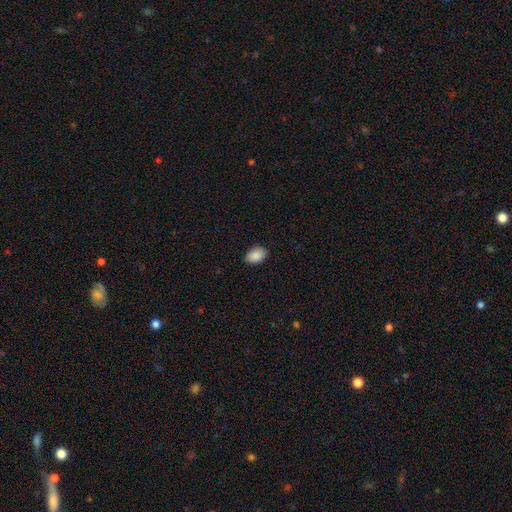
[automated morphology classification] Q: Smooth or featured?
A: smooth (89%); runner-up: star or artifact (7%)
Q: How rounded?
A: in between (82%); runner-up: round (16%)
Q: Merging?
A: none (79%); runner-up: minor disturbance (17%)